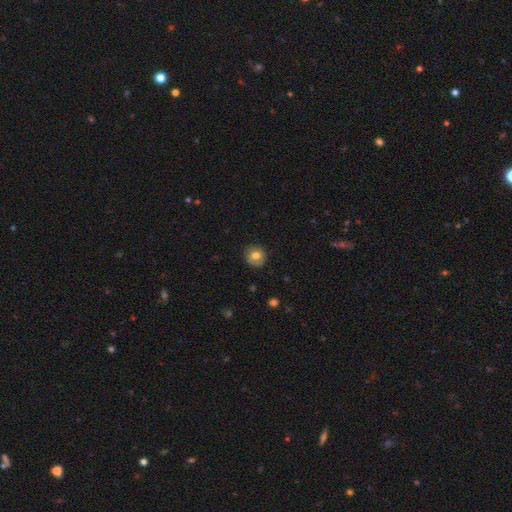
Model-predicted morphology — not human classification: A smooth galaxy with no disk features (73%) that is round (91%).

Vote fractions:
- Smooth or featured? smooth: 73% / featured or disk: 19% / star or artifact: 8%
- How rounded? round: 91% / in between: 8% / cigar-shaped: 1%
- Merging? none: 87% / minor disturbance: 10% / major disturbance: 2% / merger: 1%